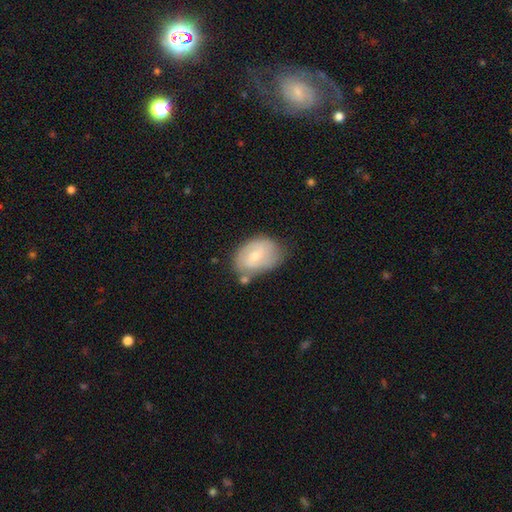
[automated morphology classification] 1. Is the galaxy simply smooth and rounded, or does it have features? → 50% featured or disk, 43% smooth, 7% star or artifact.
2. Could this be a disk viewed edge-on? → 95% no, 5% yes.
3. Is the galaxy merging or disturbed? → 53% none, 27% minor disturbance, 12% merger, 7% major disturbance.